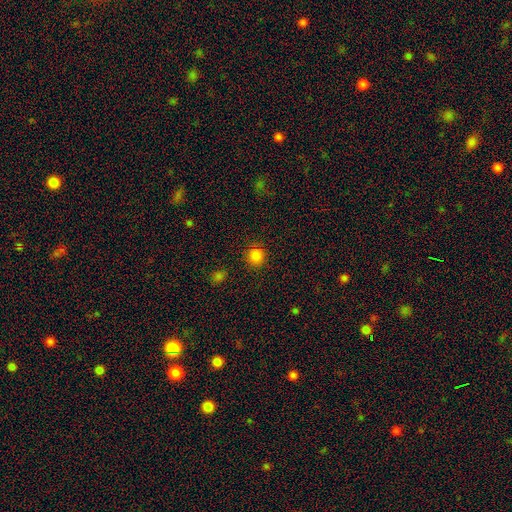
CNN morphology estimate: smooth 83%, star or artifact 13%, featured or disk 3%. Down the decision tree: how rounded — round (91%); merging — none (88%).